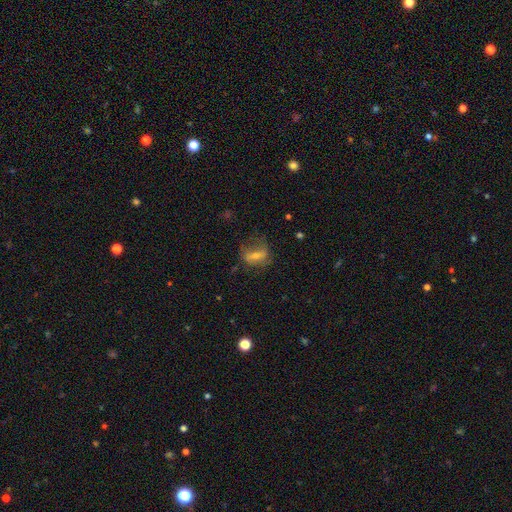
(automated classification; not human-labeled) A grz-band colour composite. It shows a smooth galaxy with no disk features (45%). Merging: none (52%).